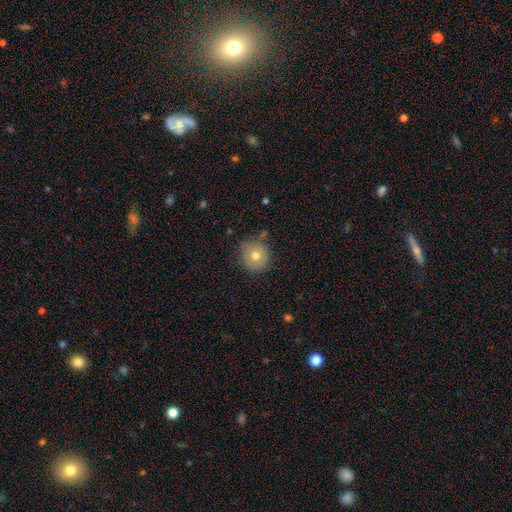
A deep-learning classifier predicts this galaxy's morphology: A smooth galaxy with no disk features (71%) that is round (92%).

Vote fractions:
- Smooth or featured? smooth: 71% / featured or disk: 19% / star or artifact: 10%
- How rounded? round: 92% / in between: 7% / cigar-shaped: 1%
- Merging? none: 78% / minor disturbance: 15% / major disturbance: 4% / merger: 3%